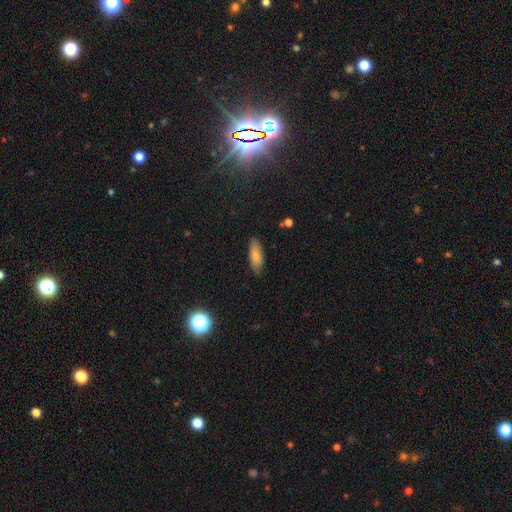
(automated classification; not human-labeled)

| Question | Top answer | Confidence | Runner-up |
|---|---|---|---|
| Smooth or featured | smooth | 81% | featured or disk (12%) |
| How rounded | in between | 69% | cigar-shaped (29%) |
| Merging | none | 83% | minor disturbance (14%) |